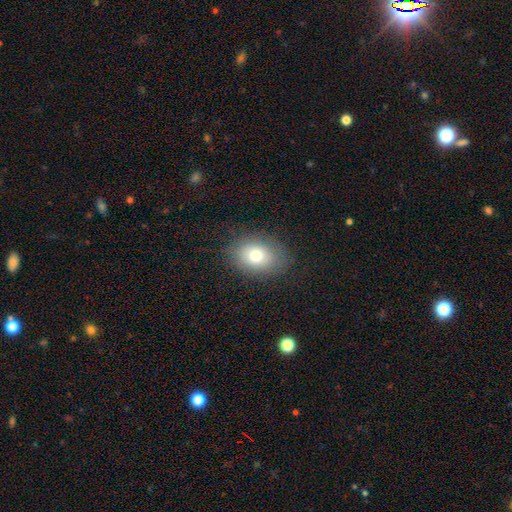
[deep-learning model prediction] Smooth or featured?
  - smooth: 75% *
  - featured or disk: 14%
  - star or artifact: 11%
How rounded?
  - in between: 66% *
  - round: 33%
  - cigar-shaped: 1%
Merging?
  - none: 81% *
  - minor disturbance: 13%
  - major disturbance: 5%
  - merger: 1%